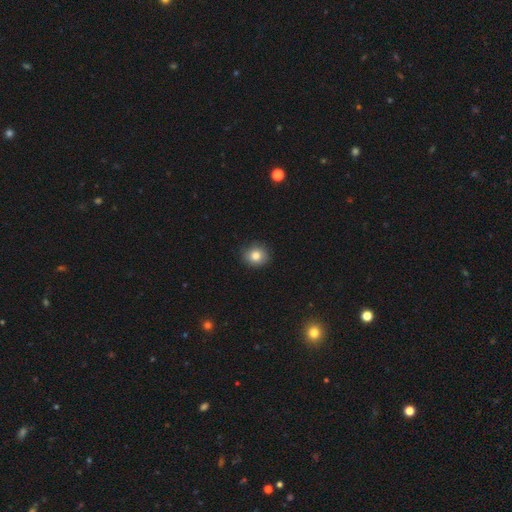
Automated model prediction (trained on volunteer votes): Smooth or featured: smooth — 82% (star or artifact — 11%)
How rounded: round — 82% (in between — 17%)
Merging: none — 88% (minor disturbance — 9%)